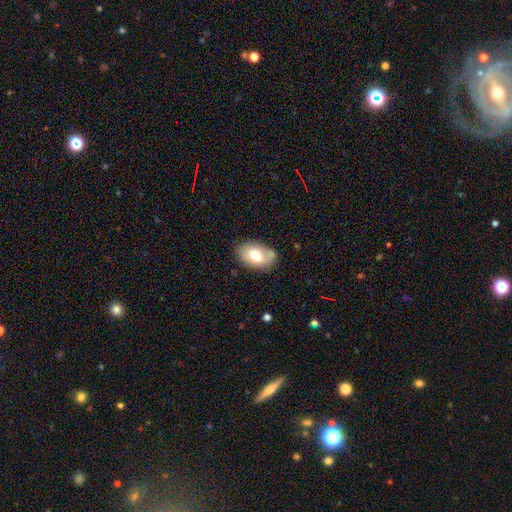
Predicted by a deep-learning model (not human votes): Overall: smooth (72%). How rounded: in between (88%). Merging: none (74%).